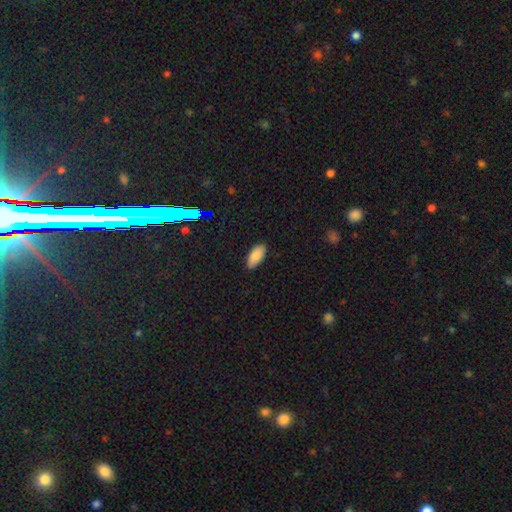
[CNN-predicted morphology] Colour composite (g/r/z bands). It shows a smooth galaxy with no disk features (85%) that is in between round and cigar-shaped (91%). Merging: none (88%).